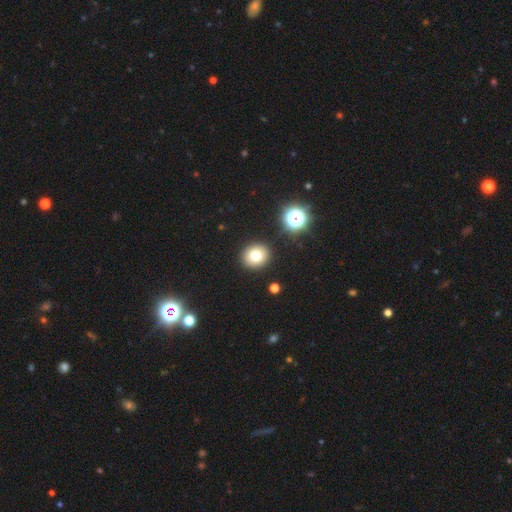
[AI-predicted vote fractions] Smooth or featured?
  - smooth: 76% *
  - star or artifact: 14%
  - featured or disk: 10%
How rounded?
  - round: 80% *
  - in between: 20%
  - cigar-shaped: 1%
Merging?
  - none: 90% *
  - minor disturbance: 6%
  - major disturbance: 2%
  - merger: 2%